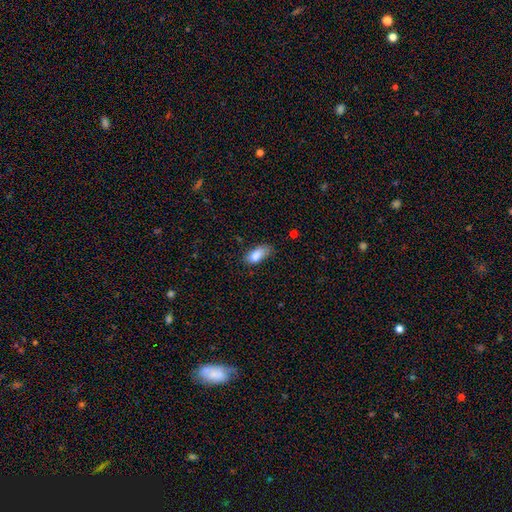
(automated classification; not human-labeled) Morphology: type=smooth (83%); roundness=in between (88%); merging=none (54%).